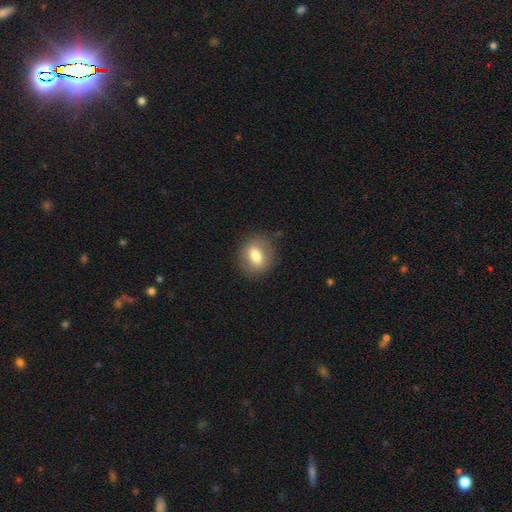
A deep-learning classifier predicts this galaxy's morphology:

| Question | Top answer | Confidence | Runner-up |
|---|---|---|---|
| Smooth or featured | smooth | 71% | featured or disk (21%) |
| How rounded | round | 56% | in between (42%) |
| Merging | none | 84% | minor disturbance (11%) |